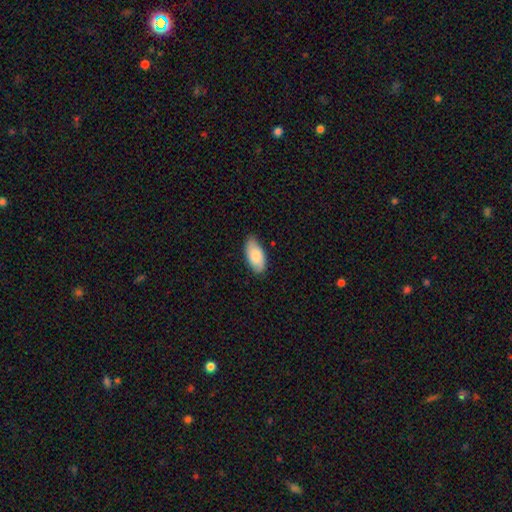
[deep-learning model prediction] This is clearly a smooth galaxy (80%). How rounded: clearly in between (93%). Merging: clearly none (82%).